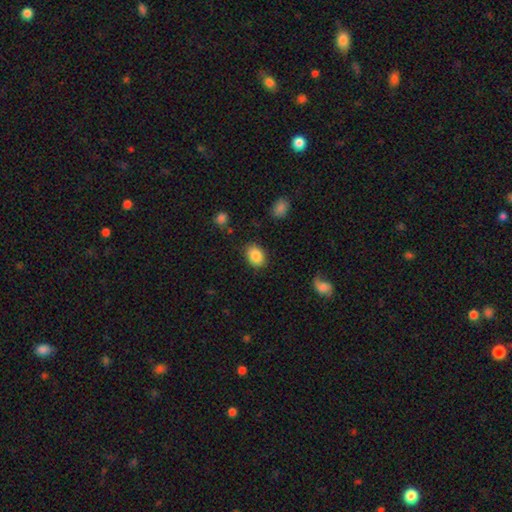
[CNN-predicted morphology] smooth 86%, star or artifact 8%, featured or disk 6%. Down the decision tree: how rounded — in between (73%); merging — none (84%).